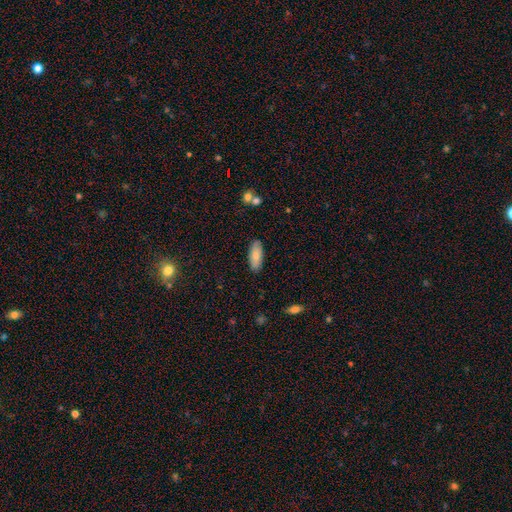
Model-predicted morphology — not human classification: This is likely a smooth galaxy (80%). How rounded: likely in between (77%). Merging: clearly none (86%).